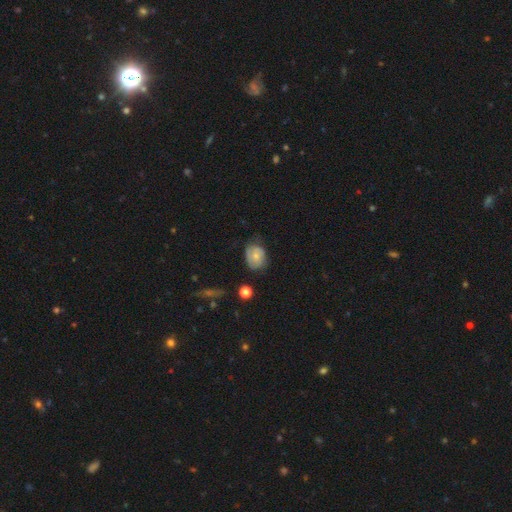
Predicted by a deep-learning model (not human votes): Q: Smooth or featured?
A: smooth (57%); runner-up: featured or disk (34%)
Q: How rounded?
A: in between (54%); runner-up: round (45%)
Q: Merging?
A: none (54%); runner-up: minor disturbance (34%)